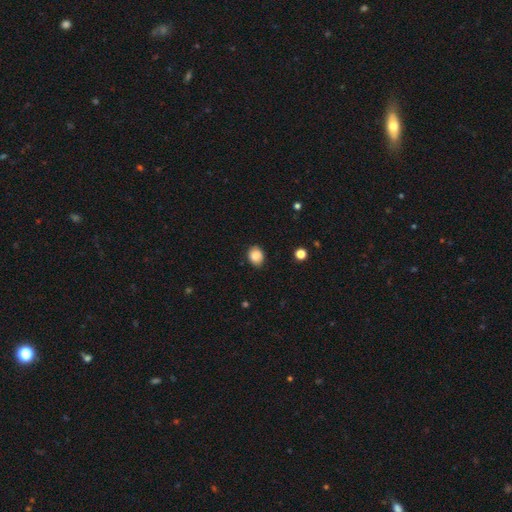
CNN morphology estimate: A smooth galaxy with no disk features (86%) that is round (59%). Merging: none (85%).